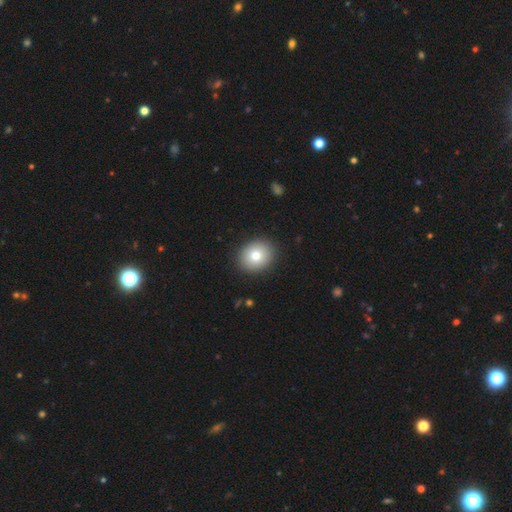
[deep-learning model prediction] Smooth or featured? Predicted: smooth (p=0.78). How rounded? Predicted: round (p=0.65). Merging? Predicted: none (p=0.90).